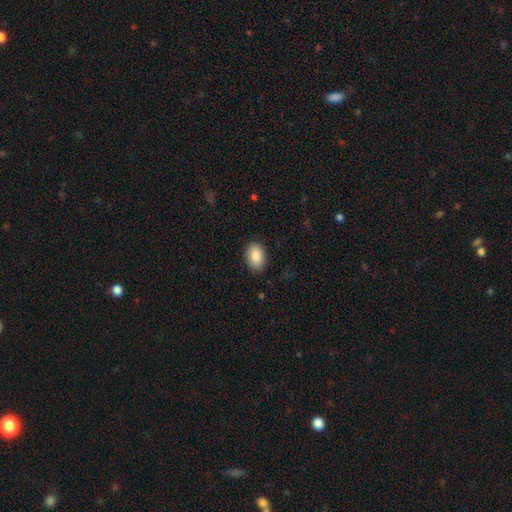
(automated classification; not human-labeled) This is clearly a smooth galaxy (86%). How rounded: clearly in between (84%). Merging: clearly none (88%).